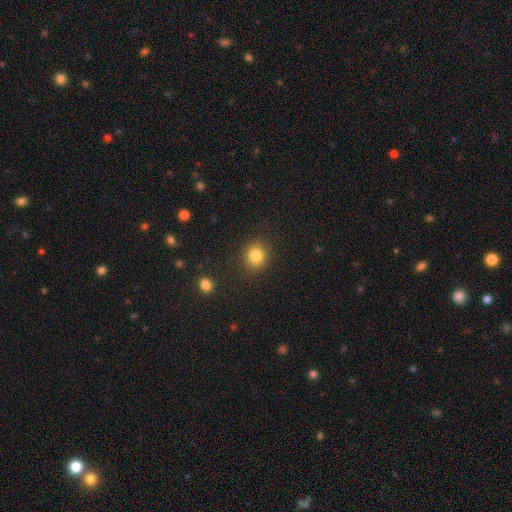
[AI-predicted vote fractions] smooth_or_featured: smooth (p=0.82) [alt: star or artifact p=0.11]
how_rounded: round (p=0.83) [alt: in between p=0.16]
merging: none (p=0.88) [alt: minor disturbance p=0.08]